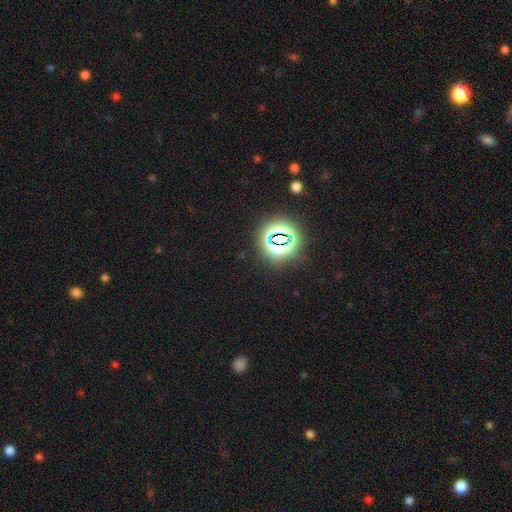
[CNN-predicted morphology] Smooth or featured?
  - star or artifact: 81% *
  - smooth: 12%
  - featured or disk: 7%